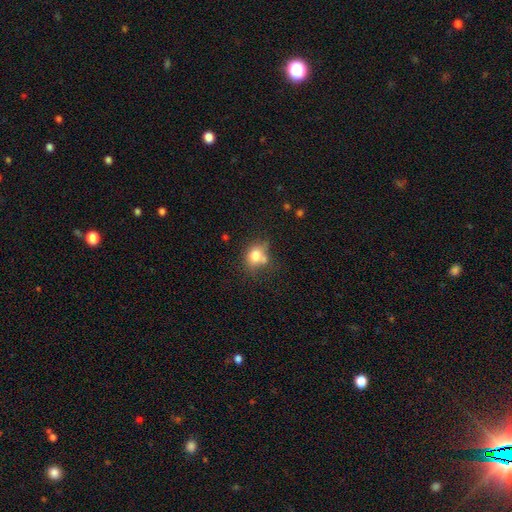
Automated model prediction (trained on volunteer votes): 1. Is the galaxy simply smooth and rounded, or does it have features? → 75% smooth, 13% featured or disk, 11% star or artifact.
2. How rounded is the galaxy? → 58% round, 41% in between, 1% cigar-shaped.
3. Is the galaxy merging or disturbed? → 51% none, 24% merger, 19% minor disturbance, 7% major disturbance.